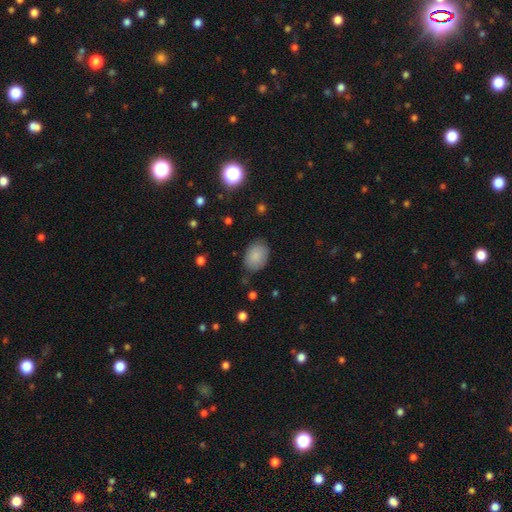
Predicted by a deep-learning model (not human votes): Q: Smooth or featured?
A: smooth (87%); runner-up: star or artifact (7%)
Q: How rounded?
A: in between (79%); runner-up: round (20%)
Q: Merging?
A: none (79%); runner-up: minor disturbance (16%)